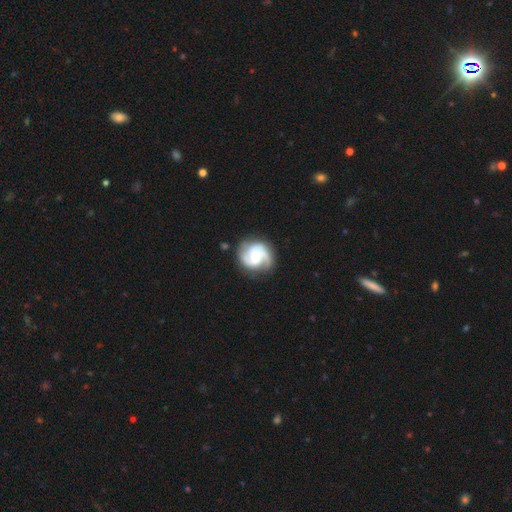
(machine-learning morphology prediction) smooth-or-featured: featured or disk: 84% | smooth: 11% | star or artifact: 5%
  disk-edge-on: no: 98% | yes: 2%
    bar: no: 52% | weak: 38% | strong: 9%
    has-spiral-arms: yes: 97% | no: 3%
      spiral-winding: medium: 48% | tight: 36% | loose: 15%
      spiral-arm-count: 2: 79% | 3: 9% | can't tell: 6% | 1: 3% | 4: 2% | more than 4: 2%
    bulge-size: moderate: 59% | small: 31% | large: 7% | none: 2% | dominant: 1%
  merging: none: 78% | minor disturbance: 15% | major disturbance: 5% | merger: 1%